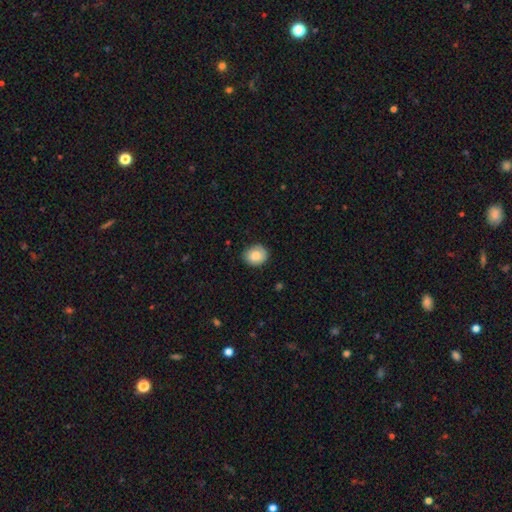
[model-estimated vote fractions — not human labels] smooth 85%, star or artifact 8%, featured or disk 8%. Down the decision tree: how rounded — round (68%); merging — none (84%).